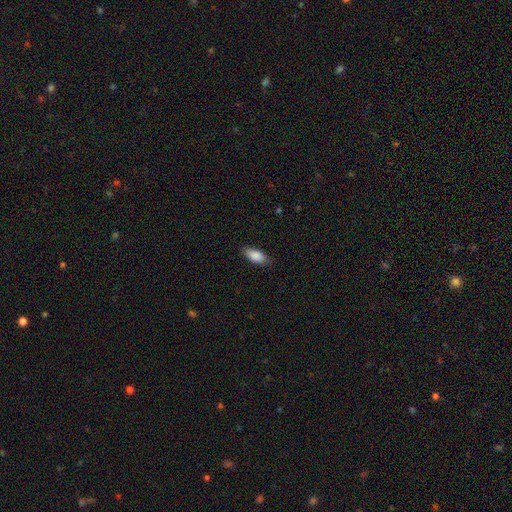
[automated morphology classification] Smooth or featured: smooth — 87% (featured or disk — 7%)
How rounded: in between — 84% (cigar-shaped — 14%)
Merging: none — 84% (minor disturbance — 13%)